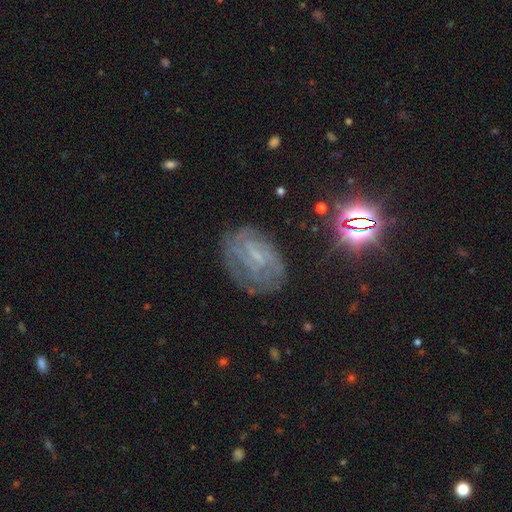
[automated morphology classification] Smooth or featured? Predicted: featured or disk (p=0.63). Edge-on disk? Predicted: no (p=0.95). Bar? Predicted: weak (p=0.49). Spiral arms? Predicted: yes (p=0.78). Bulge size? Predicted: small (p=0.49). Merging? Predicted: none (p=0.67).